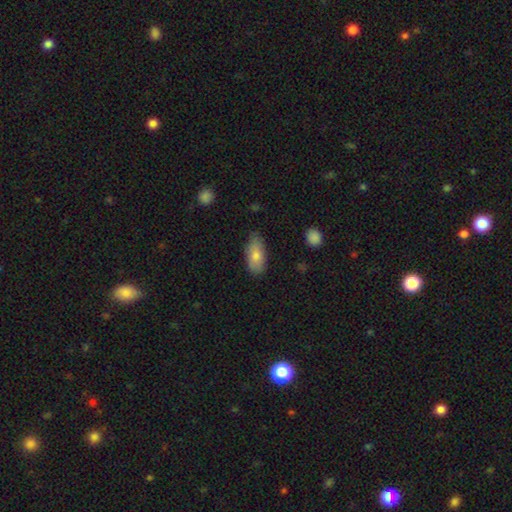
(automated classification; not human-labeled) Smooth or featured: smooth — 78% (featured or disk — 15%)
How rounded: in between — 91% (cigar-shaped — 6%)
Merging: none — 75% (minor disturbance — 20%)